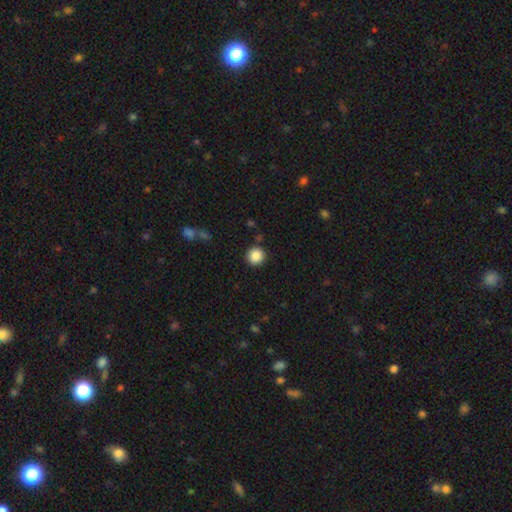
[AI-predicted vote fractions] This appears to be a smooth galaxy with no disk features (88%) that is round (94%). Merging: none (89%).